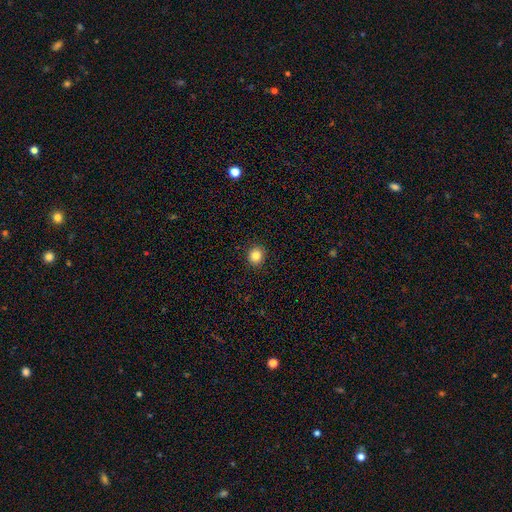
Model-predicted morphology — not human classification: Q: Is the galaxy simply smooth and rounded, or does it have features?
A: smooth — 85%.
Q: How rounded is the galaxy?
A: round — 83%.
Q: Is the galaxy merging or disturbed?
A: none — 91%.